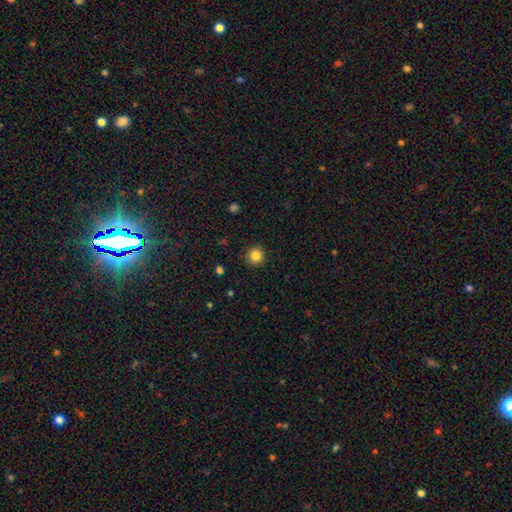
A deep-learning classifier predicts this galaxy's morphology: smooth 84%, star or artifact 11%, featured or disk 5%. Down the decision tree: how rounded — round (93%); merging — none (91%).